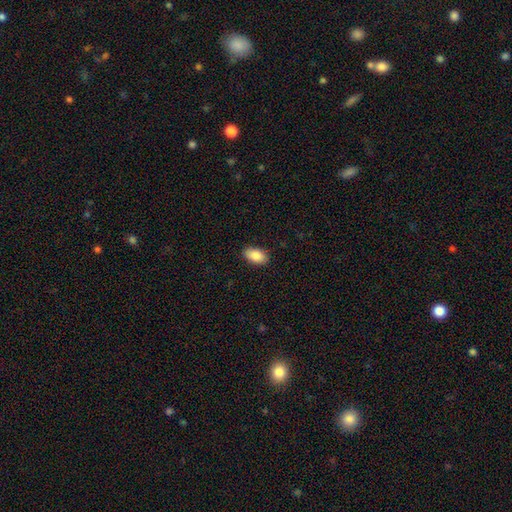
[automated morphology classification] This is clearly a smooth galaxy (88%). How rounded: clearly in between (94%). Merging: clearly none (88%).